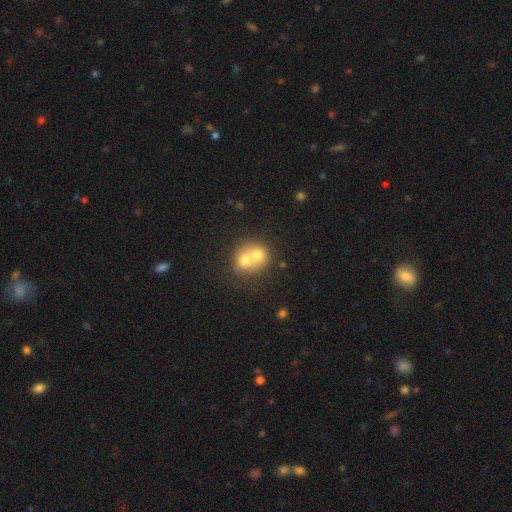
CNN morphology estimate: Smooth or featured: smooth — 65% (featured or disk — 26%)
How rounded: round — 72% (in between — 27%)
Merging: merger — 71% (none — 21%)